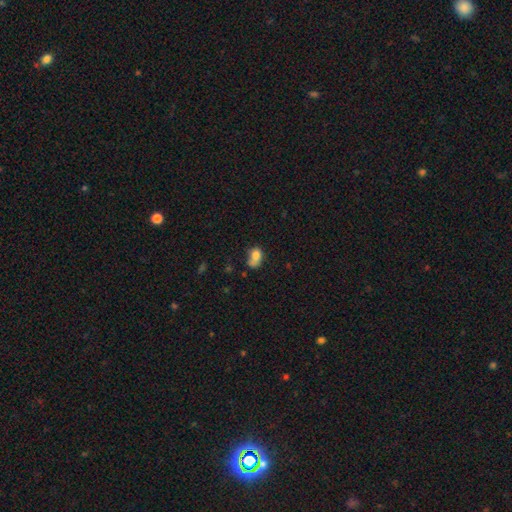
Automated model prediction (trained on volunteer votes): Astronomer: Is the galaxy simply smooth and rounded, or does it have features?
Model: smooth — 76%.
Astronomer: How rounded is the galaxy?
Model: in between — 70%.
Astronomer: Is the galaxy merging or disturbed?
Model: none — 34% (runner-up: minor disturbance, 29%).